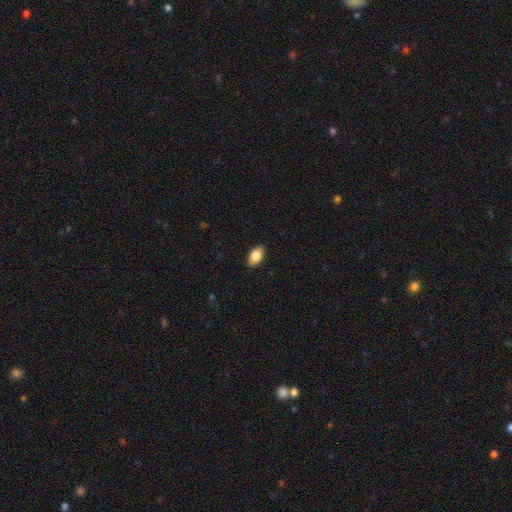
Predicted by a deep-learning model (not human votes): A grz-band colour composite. It shows a smooth galaxy with no disk features (85%) that is in between round and cigar-shaped (92%). Merging: none (88%).